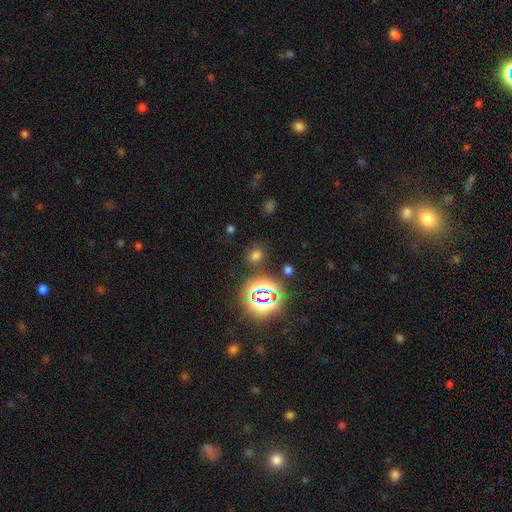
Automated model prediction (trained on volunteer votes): Overall: smooth (60%; star or artifact 34%). How rounded: round (52%; in between 46%). Merging: none (79%).